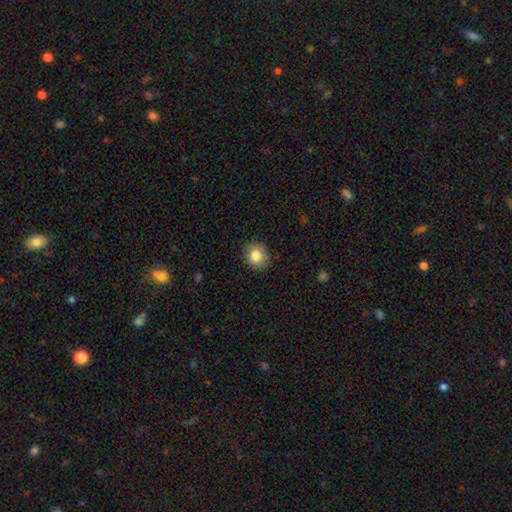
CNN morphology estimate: Smooth or featured? Predicted: smooth (p=0.84). How rounded? Predicted: round (p=0.80). Merging? Predicted: none (p=0.86).